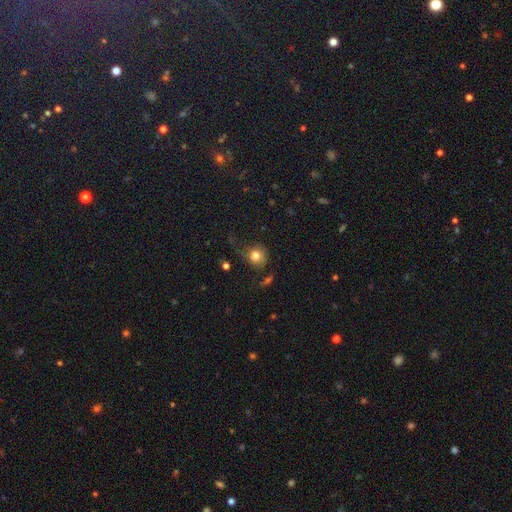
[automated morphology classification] smooth 79%, star or artifact 11%, featured or disk 10%. Down the decision tree: how rounded — round (86%); merging — none (58%).